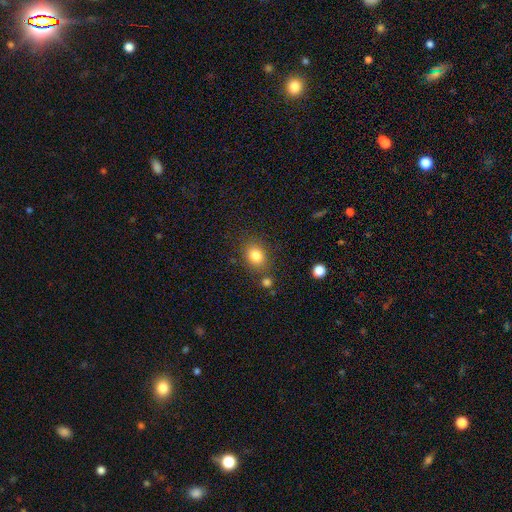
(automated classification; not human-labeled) Q: Smooth or featured?
A: smooth (83%); runner-up: star or artifact (10%)
Q: How rounded?
A: round (51%); runner-up: in between (48%)
Q: Merging?
A: none (75%); runner-up: minor disturbance (13%)